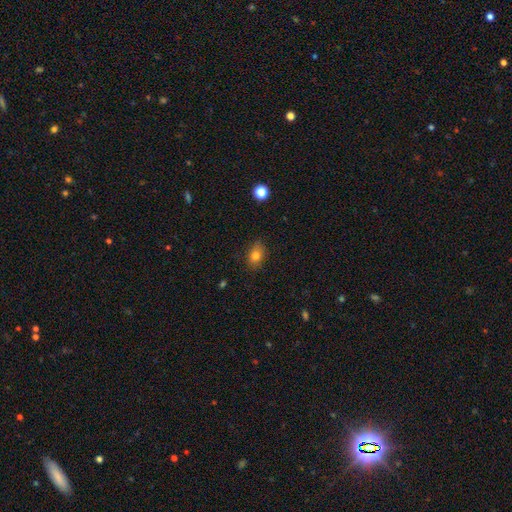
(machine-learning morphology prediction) Q: Smooth or featured?
A: smooth (78%); runner-up: star or artifact (11%)
Q: How rounded?
A: in between (71%); runner-up: round (27%)
Q: Merging?
A: none (81%); runner-up: minor disturbance (15%)